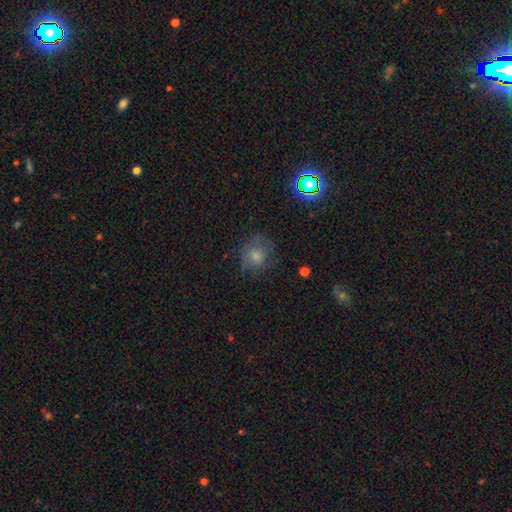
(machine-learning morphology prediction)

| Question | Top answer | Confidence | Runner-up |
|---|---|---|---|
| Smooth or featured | smooth | 51% | star or artifact (25%) |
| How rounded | round | 81% | in between (18%) |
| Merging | none | 73% | minor disturbance (18%) |